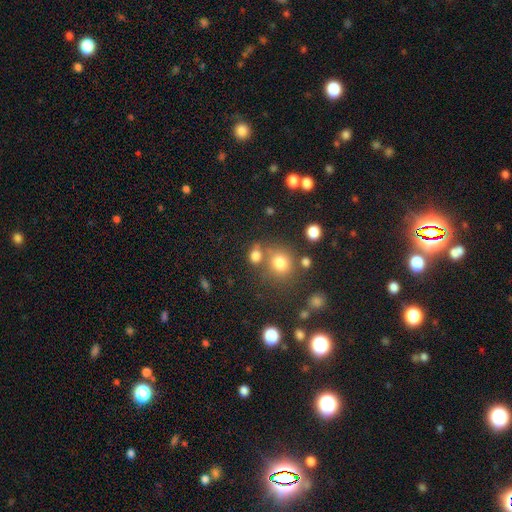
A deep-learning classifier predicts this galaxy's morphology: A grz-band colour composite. It shows a smooth galaxy with no disk features (75%) that is round (60%). Merging: none (55%).